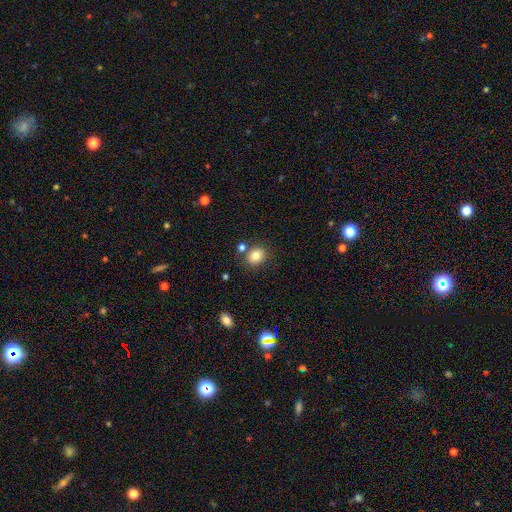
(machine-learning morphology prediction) Smooth or featured? smooth (82%)
How rounded? round (65%)
Merging? none (75%)